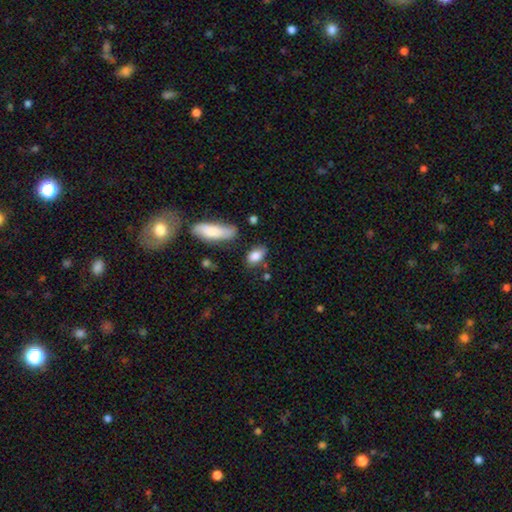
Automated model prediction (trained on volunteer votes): This appears to be a smooth galaxy with no disk features (84%) that is in between round and cigar-shaped (87%). Merging: none (70%).